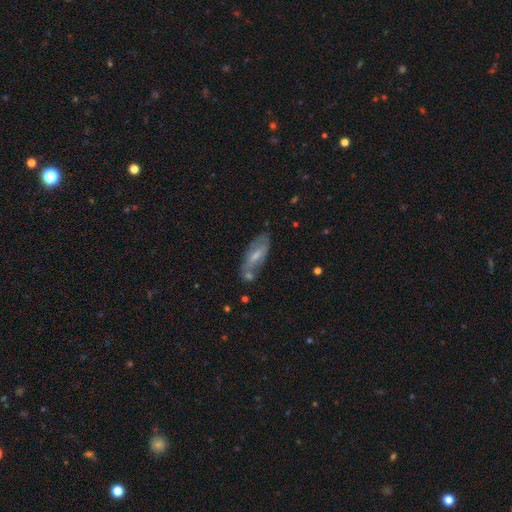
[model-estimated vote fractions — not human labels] Smooth or featured? Predicted: smooth (p=0.47). Merging? Predicted: none (p=0.62).